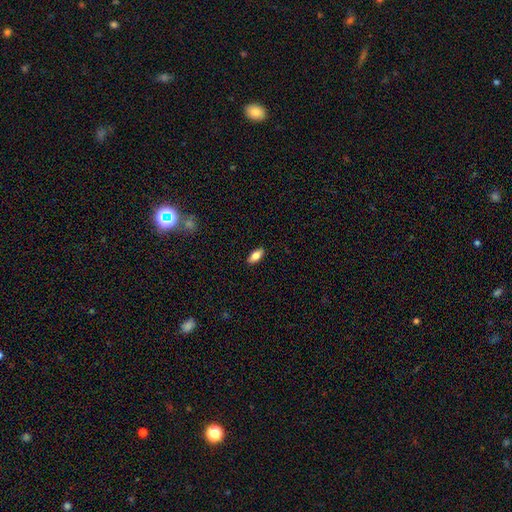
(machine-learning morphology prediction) type=smooth (78%); roundness=in between (86%); merging=none (89%).